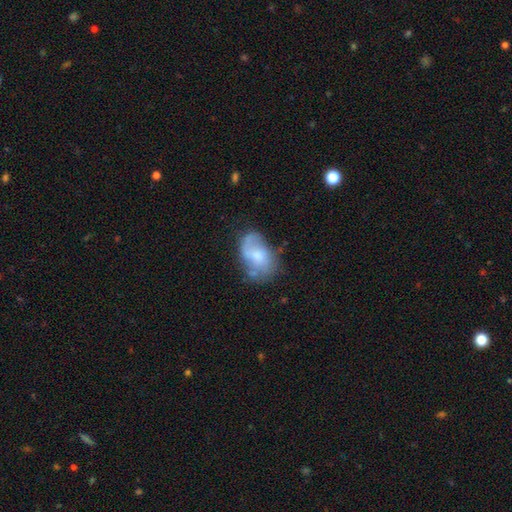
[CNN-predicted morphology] type=featured or disk (53%); edge-on=no (96%); bar=no (67%); spiral arms=yes (73%); bulge=moderate (46%); merging=none (49%).